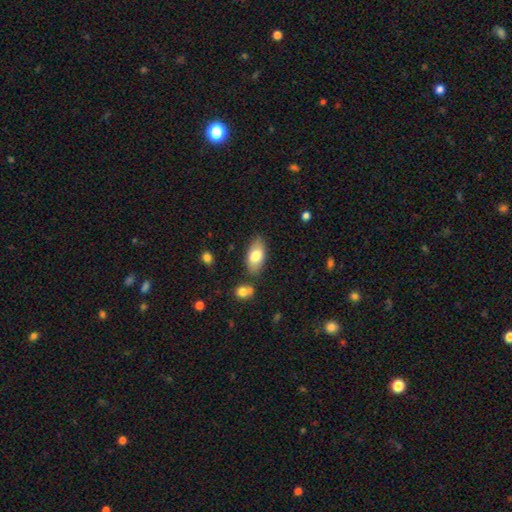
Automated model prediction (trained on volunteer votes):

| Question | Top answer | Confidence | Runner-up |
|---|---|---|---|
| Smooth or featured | smooth | 77% | featured or disk (17%) |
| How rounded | in between | 91% | cigar-shaped (6%) |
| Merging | none | 78% | minor disturbance (13%) |